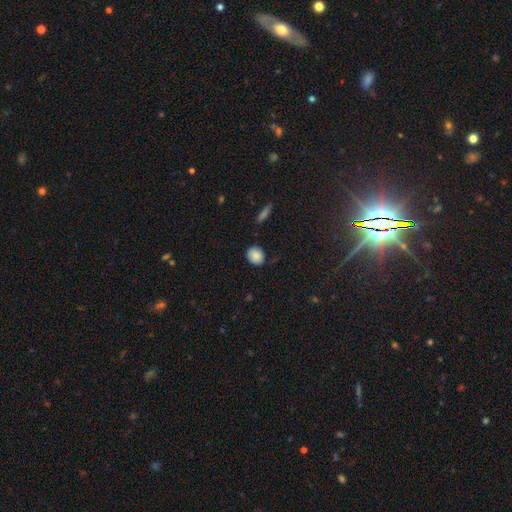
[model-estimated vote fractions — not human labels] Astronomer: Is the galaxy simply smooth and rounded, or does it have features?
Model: smooth — 85%.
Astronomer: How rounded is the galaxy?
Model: round — 66%.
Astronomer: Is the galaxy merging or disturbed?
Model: none — 81%.